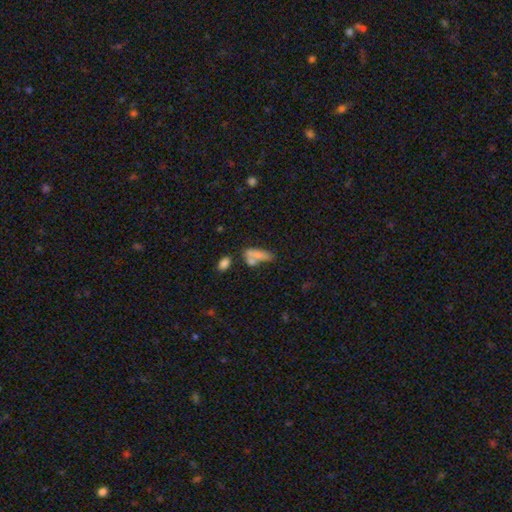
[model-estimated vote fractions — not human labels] smooth-or-featured: smooth: 73% | featured or disk: 18% | star or artifact: 9%
  how-rounded: in between: 55% | cigar-shaped: 41% | round: 4%
  merging: none: 37% | merger: 36% | minor disturbance: 16% | major disturbance: 10%